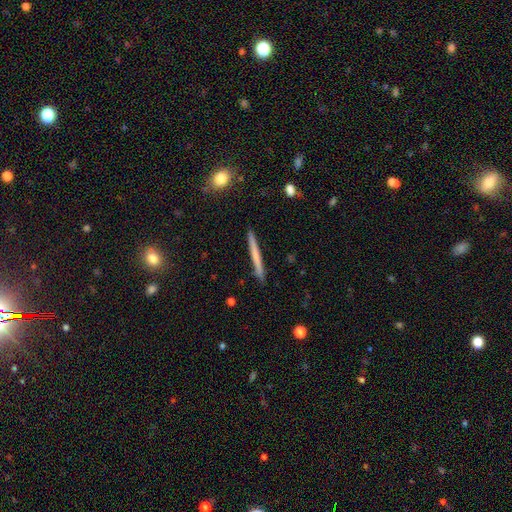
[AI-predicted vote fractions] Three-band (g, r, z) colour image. It shows a smooth galaxy with no disk features (58%) that is cigar-shaped (97%). Merging: none (91%).